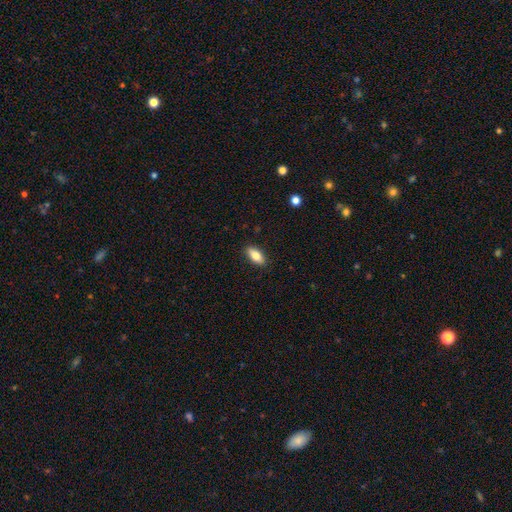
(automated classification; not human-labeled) A smooth galaxy with no disk features (80%) that is in between round and cigar-shaped (85%).

Vote fractions:
- Smooth or featured? smooth: 80% / featured or disk: 13% / star or artifact: 7%
- How rounded? in between: 85% / cigar-shaped: 12% / round: 3%
- Merging? none: 88% / minor disturbance: 9% / major disturbance: 2% / merger: 1%